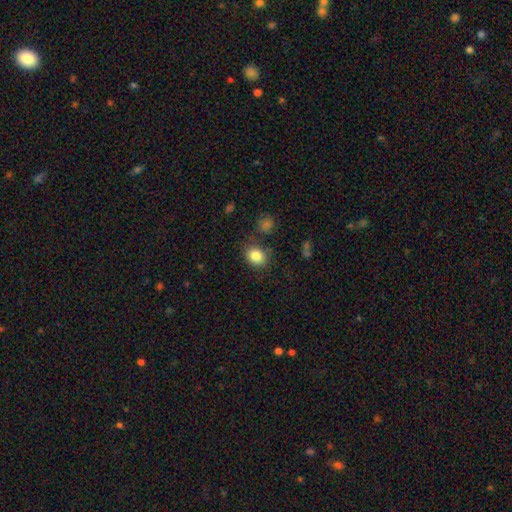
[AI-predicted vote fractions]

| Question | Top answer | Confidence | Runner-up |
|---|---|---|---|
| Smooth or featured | smooth | 85% | star or artifact (10%) |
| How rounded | round | 54% | in between (45%) |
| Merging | none | 79% | minor disturbance (13%) |